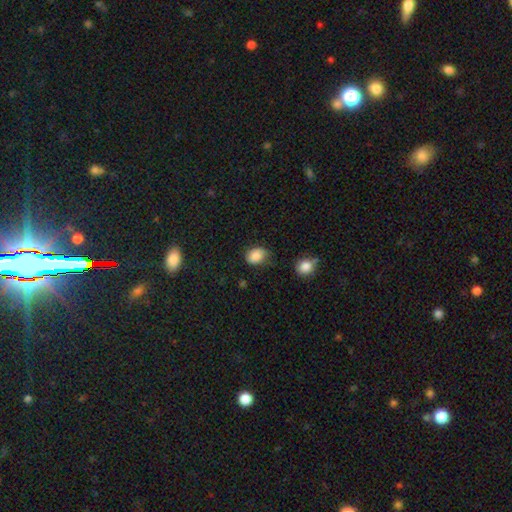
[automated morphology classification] A smooth galaxy with no disk features (86%) that is in between round and cigar-shaped (56%).

Vote fractions:
- Smooth or featured? smooth: 86% / star or artifact: 9% / featured or disk: 5%
- How rounded? in between: 56% / round: 43% / cigar-shaped: 1%
- Merging? none: 66% / minor disturbance: 25% / major disturbance: 6% / merger: 3%